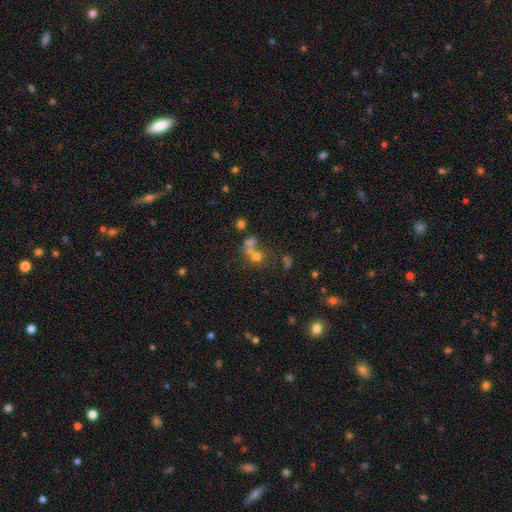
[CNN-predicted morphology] Q: Smooth or featured?
A: smooth (54%); runner-up: star or artifact (25%)
Q: How rounded?
A: round (74%); runner-up: in between (24%)
Q: Merging?
A: merger (49%); runner-up: none (36%)